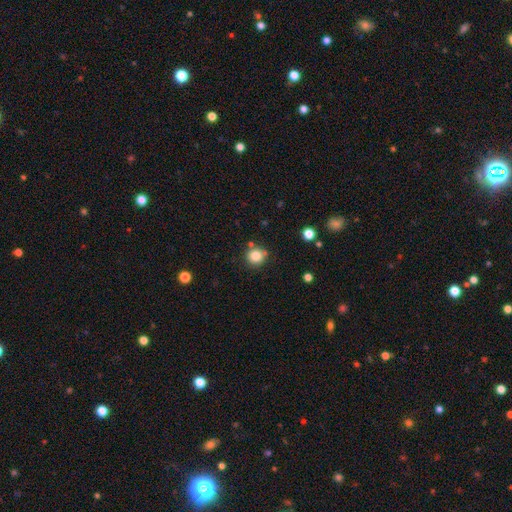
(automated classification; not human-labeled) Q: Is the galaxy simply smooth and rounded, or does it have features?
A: smooth — 84%.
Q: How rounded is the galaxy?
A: round — 88%.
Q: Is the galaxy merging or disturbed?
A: none — 77%.